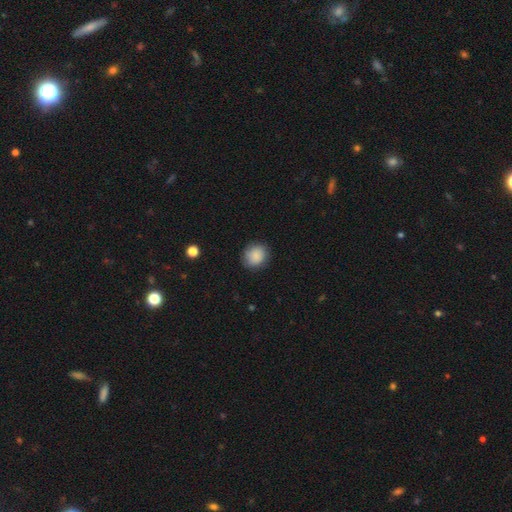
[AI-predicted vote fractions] Smooth or featured? smooth (87%)
How rounded? round (78%)
Merging? none (83%)